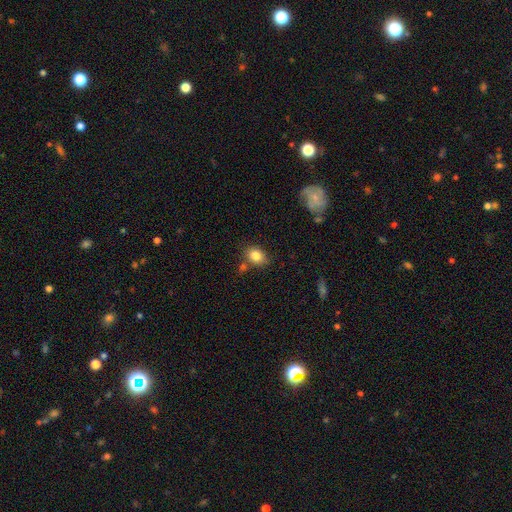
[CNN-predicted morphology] Overall: smooth (84%). How rounded: in between (63%; round 35%). Merging: none (71%).